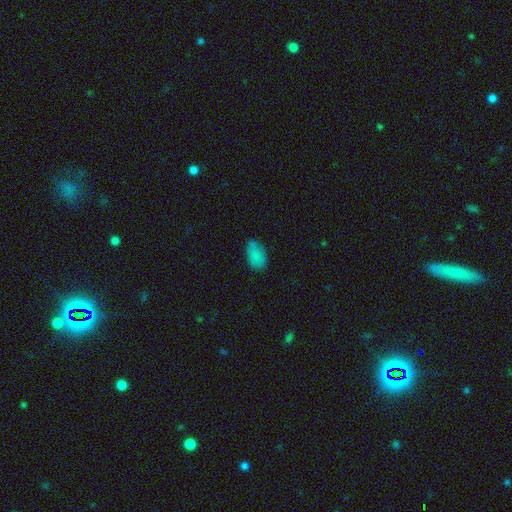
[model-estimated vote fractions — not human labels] Smooth or featured? Predicted: smooth (p=0.83). How rounded? Predicted: in between (p=0.92). Merging? Predicted: none (p=0.67).